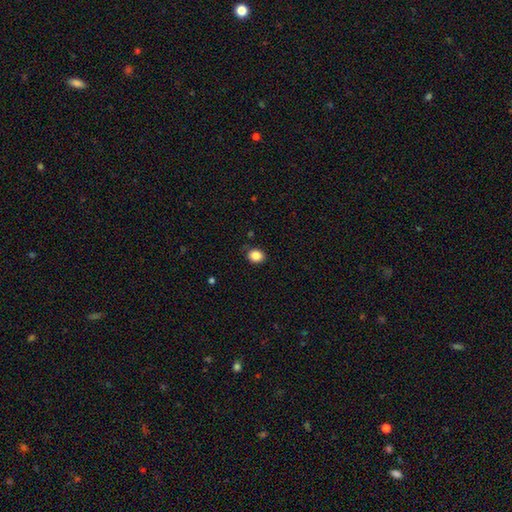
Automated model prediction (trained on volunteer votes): A smooth galaxy with no disk features (86%) that is round (55%).

Vote fractions:
- Smooth or featured? smooth: 86% / star or artifact: 10% / featured or disk: 5%
- How rounded? round: 55% / in between: 44% / cigar-shaped: 1%
- Merging? none: 84% / minor disturbance: 13% / major disturbance: 3% / merger: 1%